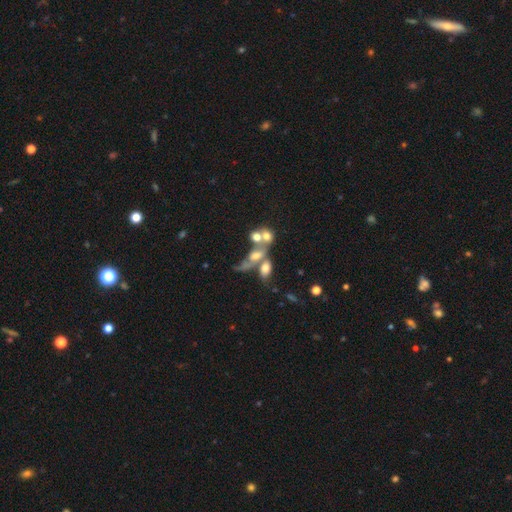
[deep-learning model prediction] Smooth or featured?
  - smooth: 46% *
  - featured or disk: 39%
  - star or artifact: 15%
Merging?
  - merger: 56% *
  - none: 17%
  - major disturbance: 17%
  - minor disturbance: 9%